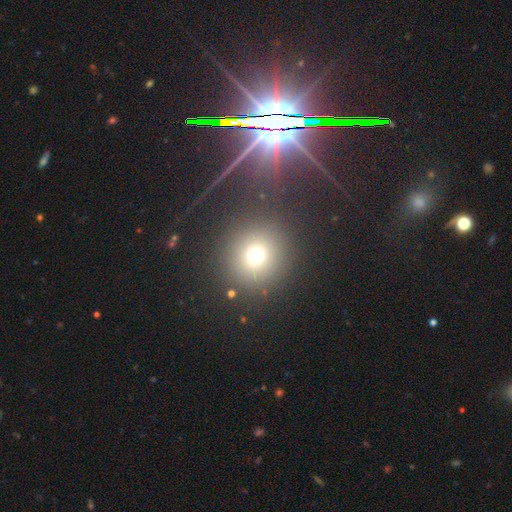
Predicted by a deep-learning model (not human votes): Morphology: type=smooth (69%); roundness=round (92%); merging=none (83%).